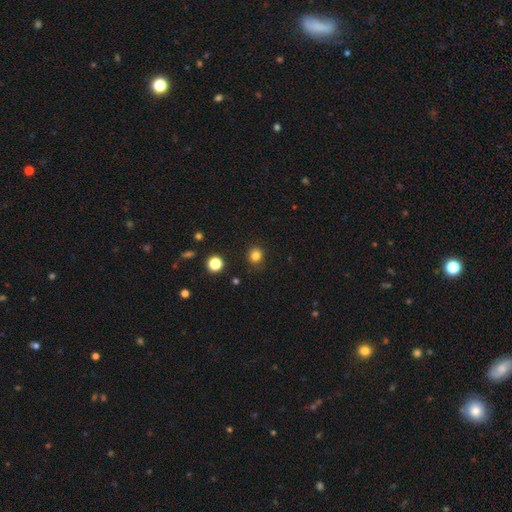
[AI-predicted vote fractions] Smooth or featured? smooth (83%)
How rounded? round (85%)
Merging? none (89%)